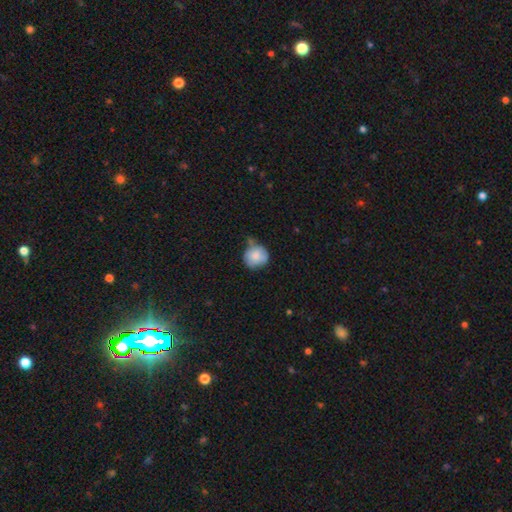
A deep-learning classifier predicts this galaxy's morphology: Smooth or featured? Predicted: smooth (p=0.79). How rounded? Predicted: round (p=0.86). Merging? Predicted: none (p=0.48).